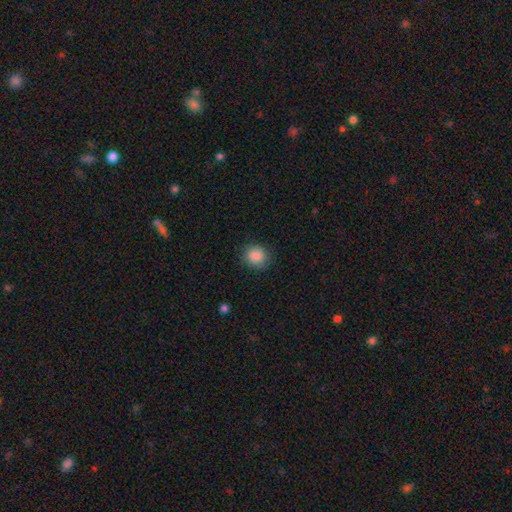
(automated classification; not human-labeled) smooth_or_featured: smooth (p=0.87) [alt: star or artifact p=0.09]
how_rounded: round (p=0.82) [alt: in between p=0.17]
merging: none (p=0.86) [alt: minor disturbance p=0.10]